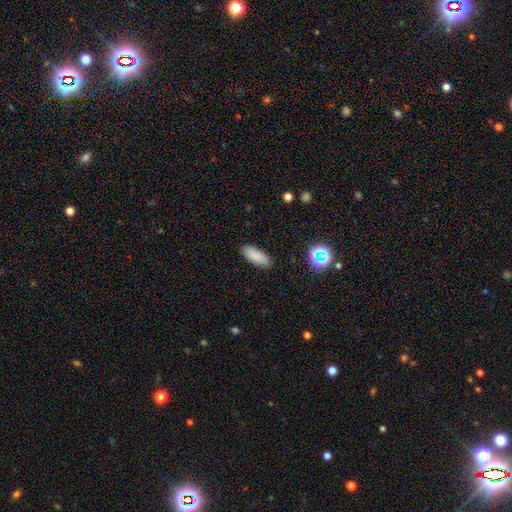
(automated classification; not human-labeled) Smooth or featured: smooth — 86% (star or artifact — 8%)
How rounded: in between — 76% (cigar-shaped — 21%)
Merging: none — 87% (minor disturbance — 10%)